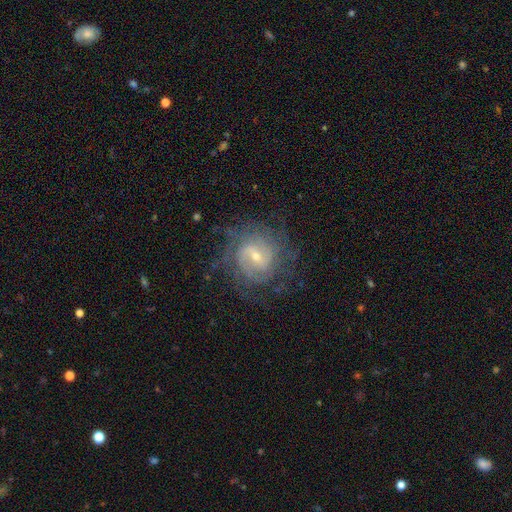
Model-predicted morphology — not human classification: Smooth or featured: featured or disk — 83% (smooth — 10%)
Edge-on disk: no — 97% (yes — 3%)
Bar: weak — 58% (no — 21%)
Spiral arms: yes — 93% (no — 7%)
Spiral winding: tight — 56% (medium — 33%)
Spiral arm count: can't tell — 41% (2 — 27%)
Bulge size: small — 63% (moderate — 33%)
Merging: none — 72% (minor disturbance — 16%)